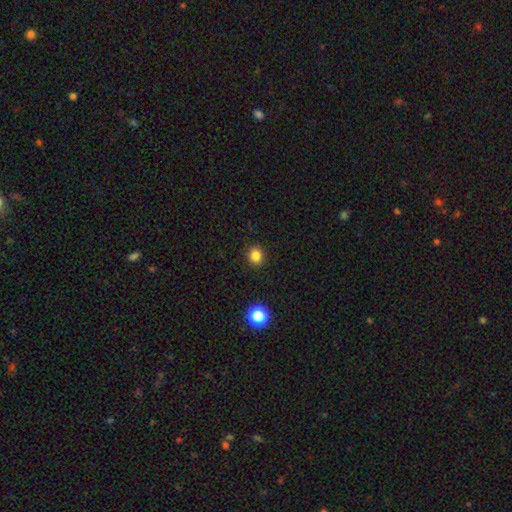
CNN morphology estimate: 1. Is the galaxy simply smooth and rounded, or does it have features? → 83% smooth, 13% star or artifact, 4% featured or disk.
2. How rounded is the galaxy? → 75% round, 24% in between, 1% cigar-shaped.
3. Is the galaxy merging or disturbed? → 91% none, 6% minor disturbance, 2% major disturbance, 1% merger.